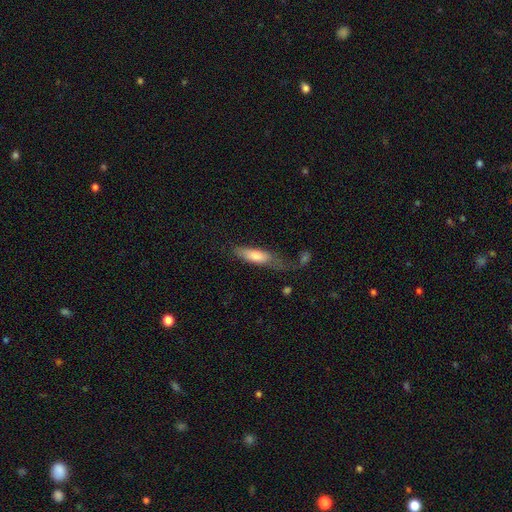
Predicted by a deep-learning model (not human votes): Q: Smooth or featured?
A: smooth (69%); runner-up: featured or disk (24%)
Q: How rounded?
A: cigar-shaped (55%); runner-up: in between (43%)
Q: Merging?
A: none (43%); runner-up: minor disturbance (28%)